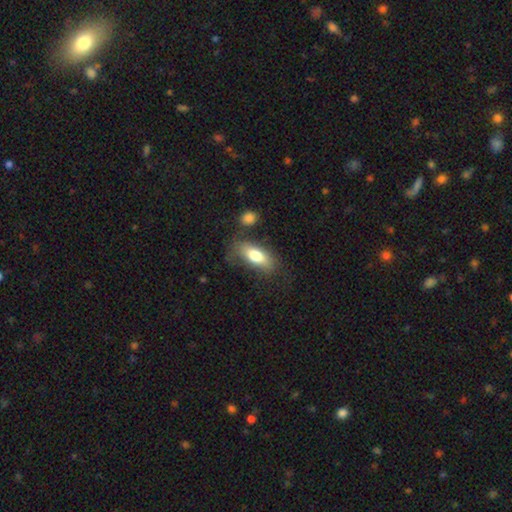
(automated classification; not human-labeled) smooth-or-featured: smooth: 75% | featured or disk: 18% | star or artifact: 7%
  how-rounded: in between: 83% | cigar-shaped: 14% | round: 3%
  merging: none: 67% | minor disturbance: 19% | major disturbance: 8% | merger: 6%